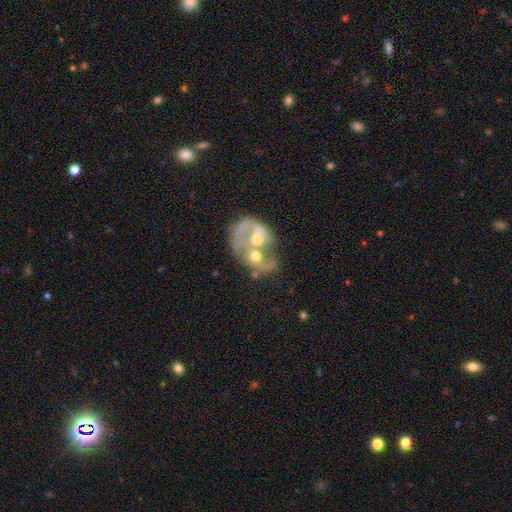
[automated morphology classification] smooth_or_featured: featured or disk (p=0.58) [alt: smooth p=0.33]
disk_edge_on: no (p=0.97) [alt: yes p=0.03]
bar: no (p=0.81) [alt: weak p=0.15]
has_spiral_arms: no (p=0.68) [alt: yes p=0.32]
bulge_size: moderate (p=0.63) [alt: small p=0.17]
merging: merger (p=0.72) [alt: major disturbance p=0.11]